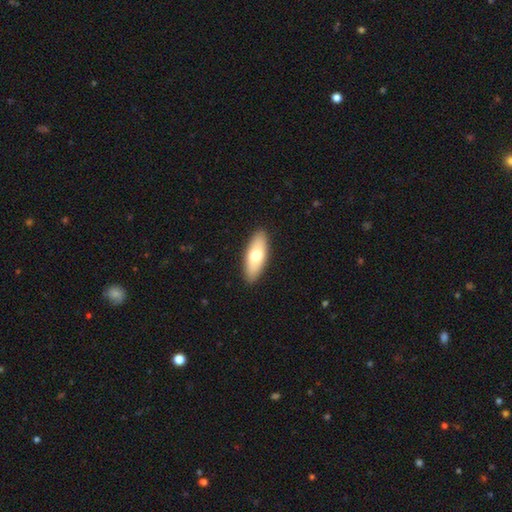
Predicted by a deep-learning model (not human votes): Q: Smooth or featured?
A: smooth (70%); runner-up: featured or disk (24%)
Q: How rounded?
A: in between (70%); runner-up: cigar-shaped (28%)
Q: Merging?
A: none (90%); runner-up: minor disturbance (8%)